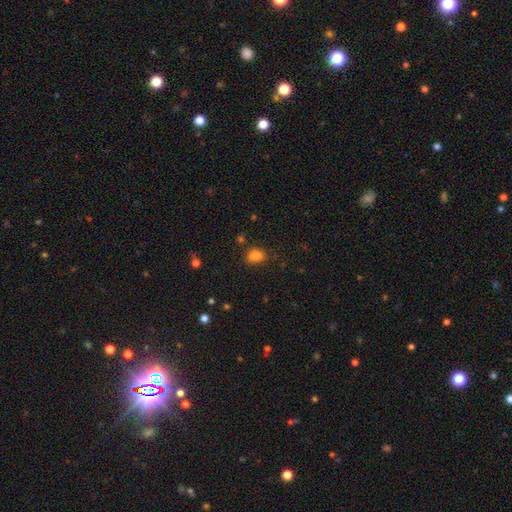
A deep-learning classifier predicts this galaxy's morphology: A smooth galaxy with no disk features (79%) that is in between round and cigar-shaped (69%). Merging: none (55%).